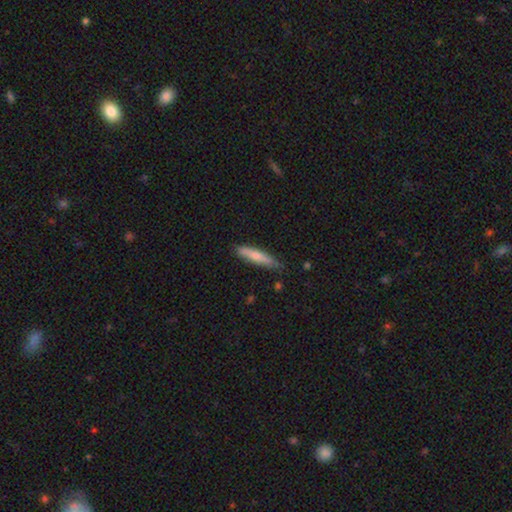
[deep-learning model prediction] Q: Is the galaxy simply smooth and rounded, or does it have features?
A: smooth — 72%.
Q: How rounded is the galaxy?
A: cigar-shaped — 85%.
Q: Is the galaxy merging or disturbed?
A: none — 79%.